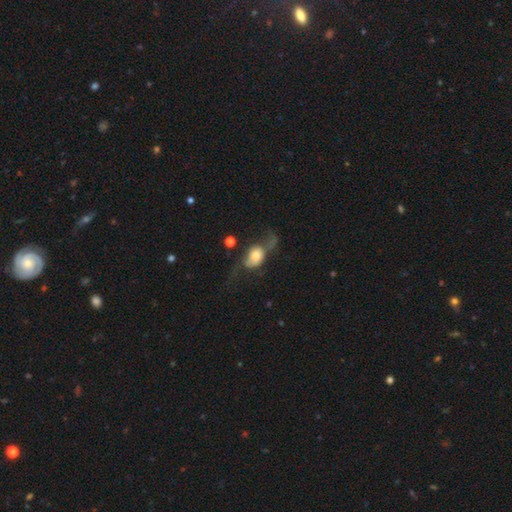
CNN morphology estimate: Q: Smooth or featured?
A: smooth (56%); runner-up: featured or disk (37%)
Q: How rounded?
A: in between (62%); runner-up: round (34%)
Q: Merging?
A: major disturbance (45%); runner-up: none (27%)